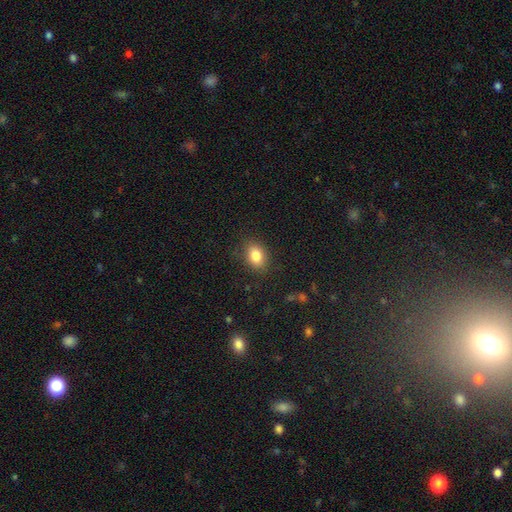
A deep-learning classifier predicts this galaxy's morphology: The model was most divided on "how rounded": in between: 72%, round: 27%, cigar-shaped: 1%. More confident: merging — none (85%); smooth or featured — smooth (83%).